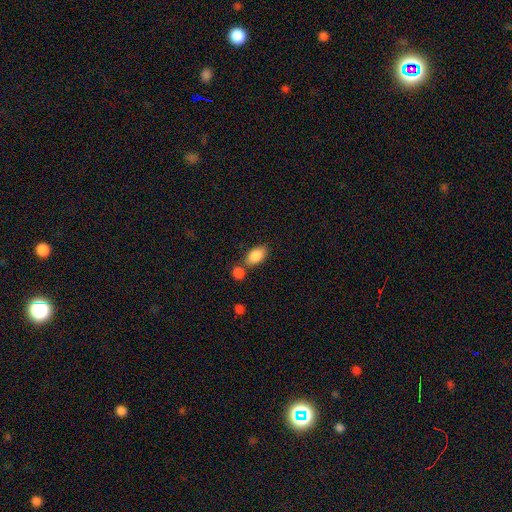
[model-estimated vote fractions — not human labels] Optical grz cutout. It shows a smooth galaxy with no disk features (86%) that is in between round and cigar-shaped (91%). Merging: none (63%).